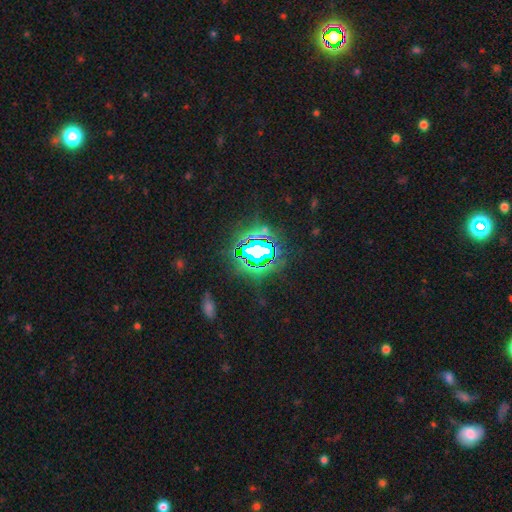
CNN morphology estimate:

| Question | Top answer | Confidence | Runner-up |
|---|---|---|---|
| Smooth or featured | star or artifact | 77% | smooth (12%) |